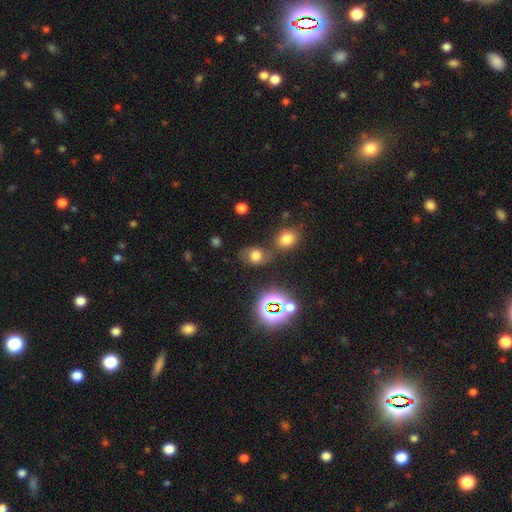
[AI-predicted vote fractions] The model was most divided on "how rounded": in between: 52%, round: 46%, cigar-shaped: 1%. More confident: smooth or featured — smooth (62%); merging — none (57%).